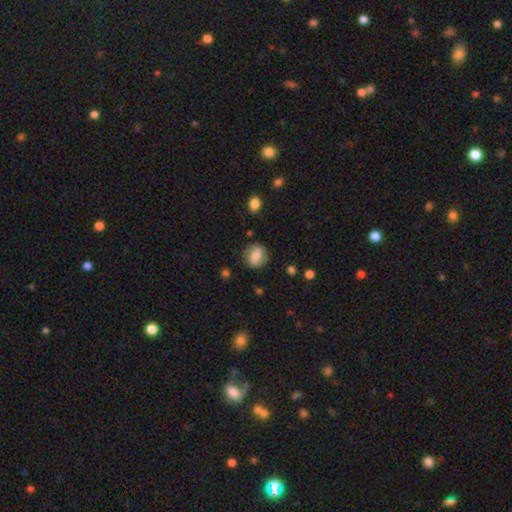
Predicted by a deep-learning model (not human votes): A smooth galaxy with no disk features (62%) that is in between round and cigar-shaped (51%).

Vote fractions:
- Smooth or featured? smooth: 62% / featured or disk: 30% / star or artifact: 8%
- How rounded? in between: 51% / round: 46% / cigar-shaped: 3%
- Merging? none: 74% / minor disturbance: 17% / major disturbance: 7% / merger: 2%